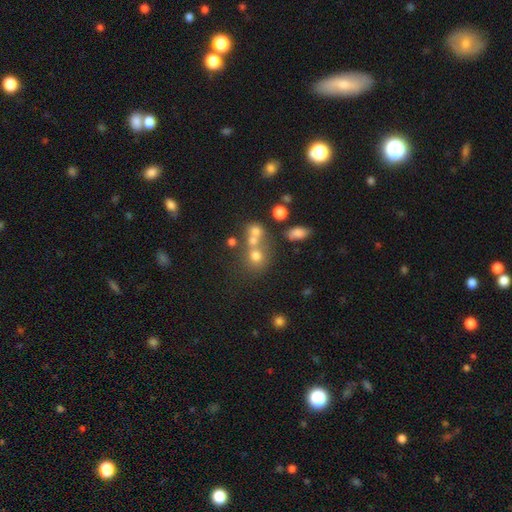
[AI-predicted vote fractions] Overall: smooth (66%). How rounded: round (77%). Merging: none (43%; merger 42%).